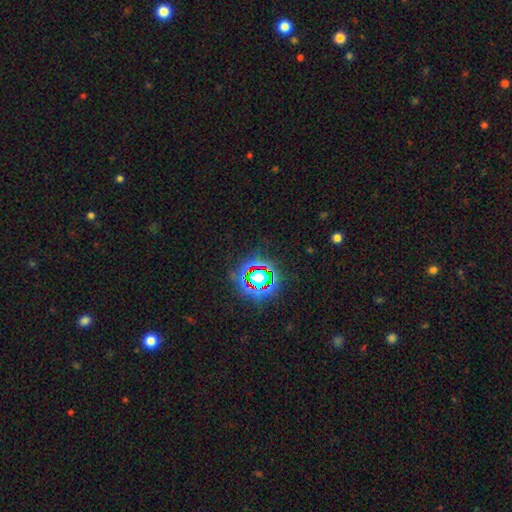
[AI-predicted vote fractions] Overall: star or artifact (79%).